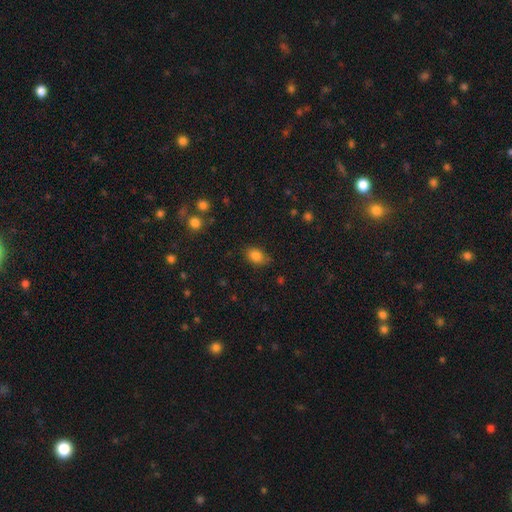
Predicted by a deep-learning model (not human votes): A smooth galaxy with no disk features (83%) that is in between round and cigar-shaped (80%).

Vote fractions:
- Smooth or featured? smooth: 83% / star or artifact: 10% / featured or disk: 7%
- How rounded? in between: 80% / round: 19% / cigar-shaped: 2%
- Merging? none: 75% / minor disturbance: 19% / major disturbance: 4% / merger: 2%